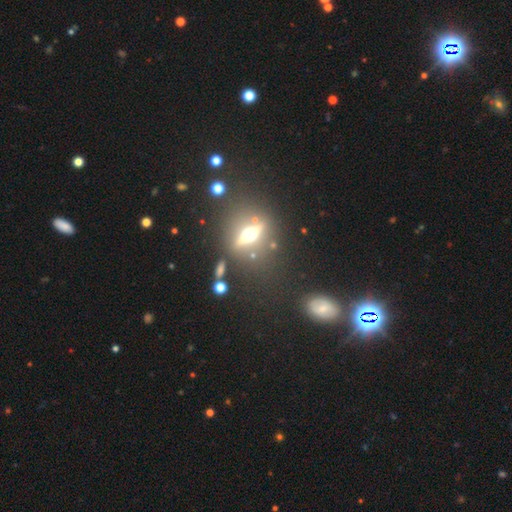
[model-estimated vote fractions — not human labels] Q: Smooth or featured?
A: featured or disk (61%); runner-up: smooth (23%)
Q: Edge-on disk?
A: yes (81%); runner-up: no (19%)
Q: Merging?
A: none (78%); runner-up: minor disturbance (10%)